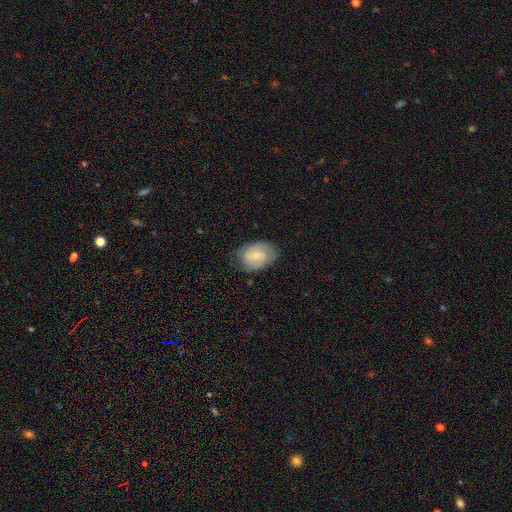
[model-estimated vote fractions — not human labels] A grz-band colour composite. It shows a featured or disk galaxy (52%) with a weak bar (47%), spiral arms (83%) and a small central bulge (63%). Merging: none (69%).